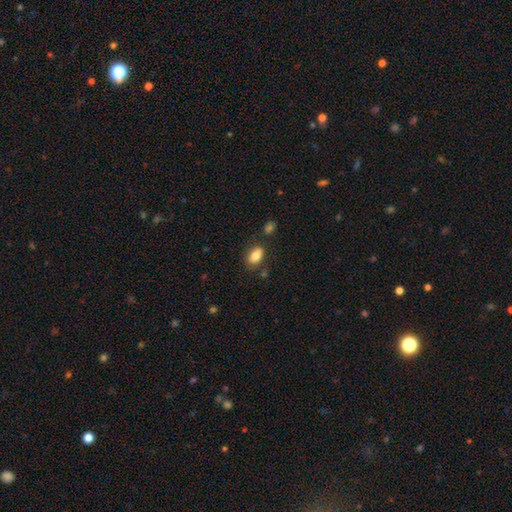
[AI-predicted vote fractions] This appears to be a smooth galaxy with no disk features (83%) that is in between round and cigar-shaped (87%). Merging: none (70%).